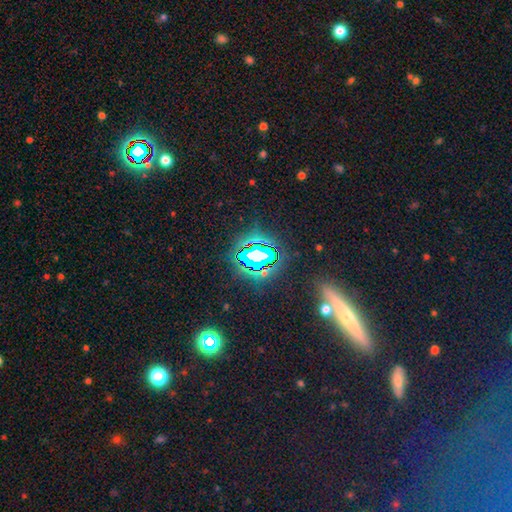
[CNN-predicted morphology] Q: Smooth or featured?
A: star or artifact (71%); runner-up: smooth (16%)